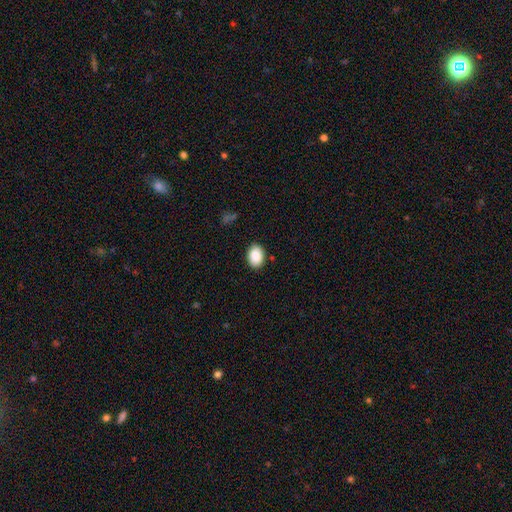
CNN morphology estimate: smooth-or-featured: smooth: 88% | star or artifact: 7% | featured or disk: 5%
  how-rounded: in between: 79% | round: 20% | cigar-shaped: 1%
  merging: none: 88% | minor disturbance: 9% | major disturbance: 2% | merger: 1%